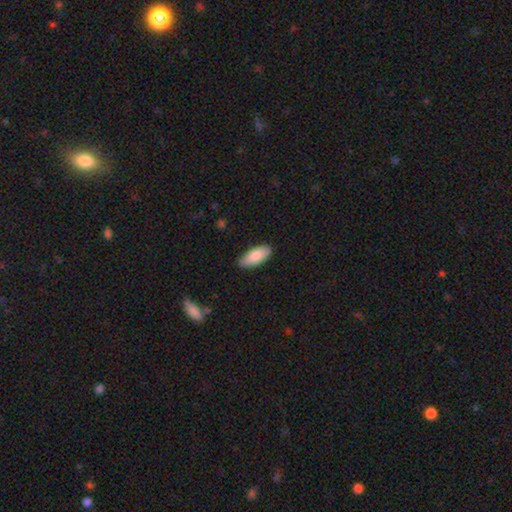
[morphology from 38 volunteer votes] smooth-or-featured: smooth: 87% | featured or disk: 8% | star or artifact: 5%
  how-rounded: in between: 85% | cigar-shaped: 15% | round: 0%
  merging: none: 89% | minor disturbance: 8% | major disturbance: 3% | merger: 0%